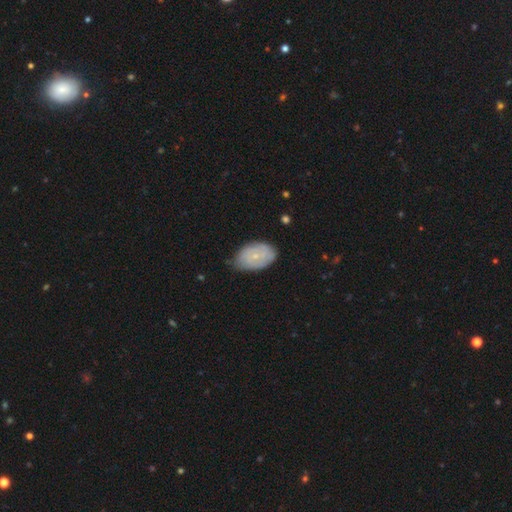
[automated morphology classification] A featured or disk galaxy (48%).

Vote fractions:
- Smooth or featured? featured or disk: 48% / smooth: 45% / star or artifact: 7%
- Merging? none: 68% / minor disturbance: 26% / major disturbance: 4% / merger: 1%